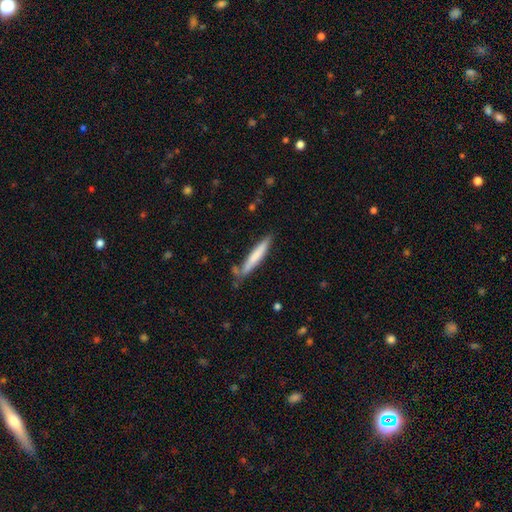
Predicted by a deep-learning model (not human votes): Overall: smooth (70%). How rounded: cigar-shaped (94%). Merging: none (76%).